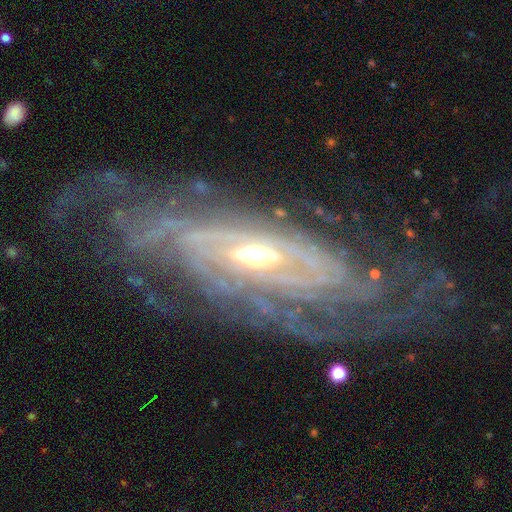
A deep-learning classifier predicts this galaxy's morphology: The model was most divided on "bar": no: 43%, weak: 33%, strong: 24%. Remaining: spiral arms — yes (95%); smooth or featured — featured or disk (90%); edge-on disk — no (85%); spiral winding — tight (73%); merging — none (66%); bulge size — moderate (59%); spiral arm count — can't tell (38%).